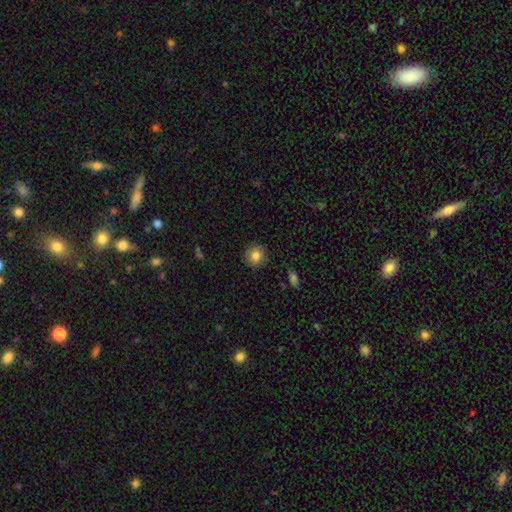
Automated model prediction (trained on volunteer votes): A smooth galaxy with no disk features (83%) that is round (91%).

Vote fractions:
- Smooth or featured? smooth: 83% / star or artifact: 9% / featured or disk: 8%
- How rounded? round: 91% / in between: 8% / cigar-shaped: 1%
- Merging? none: 90% / minor disturbance: 7% / major disturbance: 2% / merger: 1%